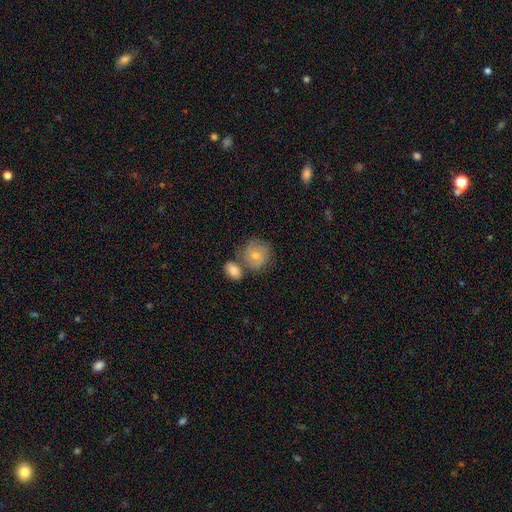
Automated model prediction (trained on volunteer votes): smooth_or_featured: smooth (p=0.68) [alt: featured or disk p=0.25]
how_rounded: round (p=0.79) [alt: in between p=0.20]
merging: none (p=0.54) [alt: merger p=0.24]